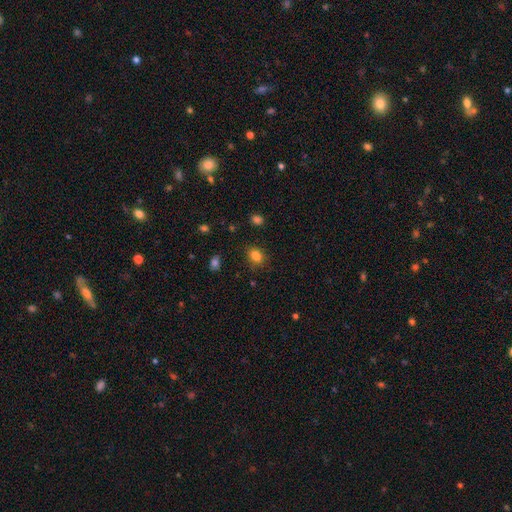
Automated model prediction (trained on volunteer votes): Q: Smooth or featured?
A: smooth (83%); runner-up: star or artifact (12%)
Q: How rounded?
A: in between (55%); runner-up: round (44%)
Q: Merging?
A: none (82%); runner-up: minor disturbance (12%)